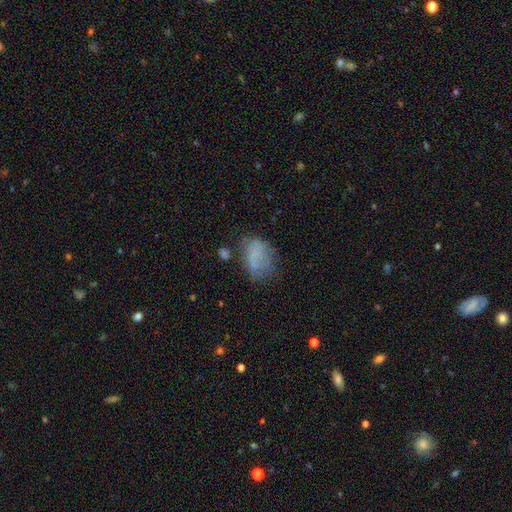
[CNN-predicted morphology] The model was most divided on "merging": none: 44%, minor disturbance: 29%, major disturbance: 21%, merger: 6%. More confident: how rounded — in between (76%); smooth or featured — smooth (62%).